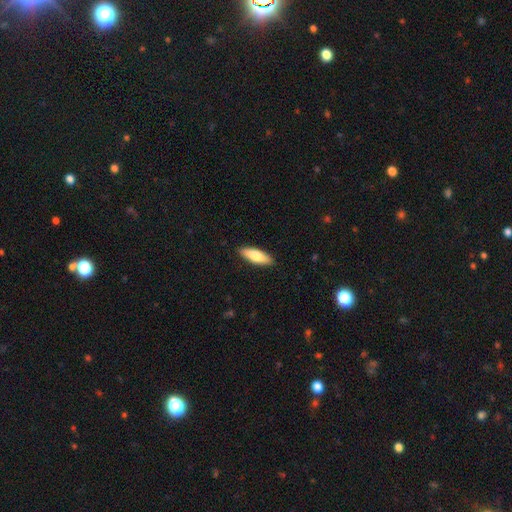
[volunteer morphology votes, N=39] This is likely a smooth galaxy (79%). How rounded: clearly in between (81%). Merging: clearly none (89%).